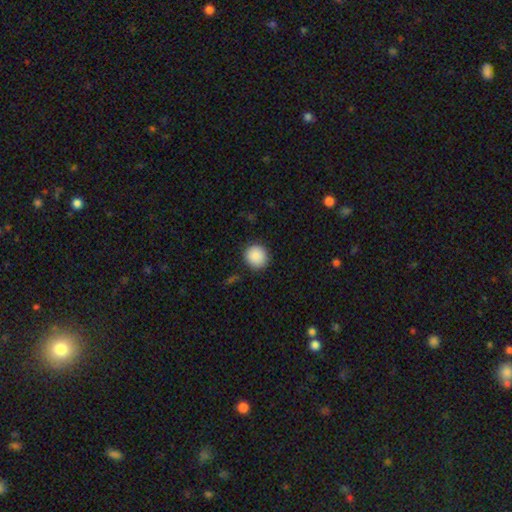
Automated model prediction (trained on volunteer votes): The model was most divided on "smooth or featured": smooth: 89%, star or artifact: 8%, featured or disk: 3%. More confident: how rounded — round (91%); merging — none (90%).